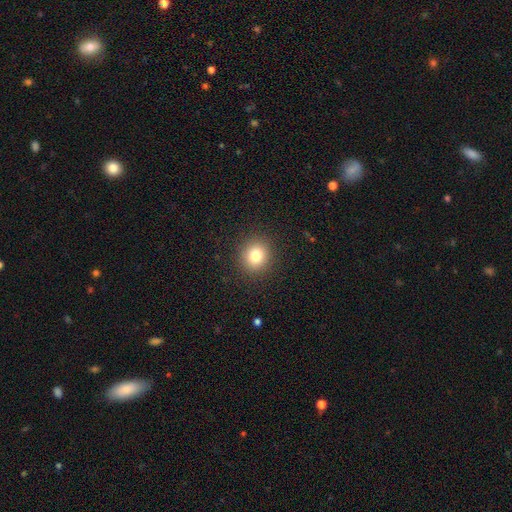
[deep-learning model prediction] The model was most divided on "smooth or featured": smooth: 79%, star or artifact: 12%, featured or disk: 8%. More confident: merging — none (90%); how rounded — round (84%).